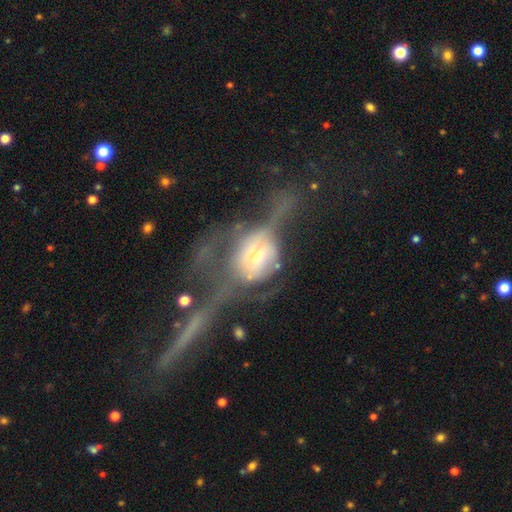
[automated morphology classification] Q: Smooth or featured?
A: featured or disk (61%); runner-up: smooth (29%)
Q: Edge-on disk?
A: no (73%); runner-up: yes (27%)
Q: Merging?
A: major disturbance (54%); runner-up: merger (20%)